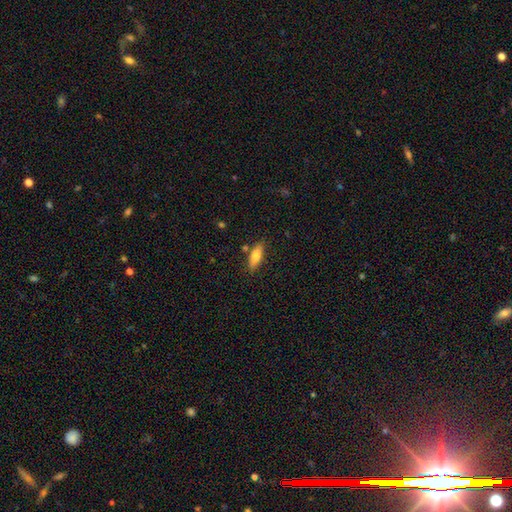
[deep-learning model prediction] Smooth or featured? smooth (78%)
How rounded? in between (62%)
Merging? none (80%)